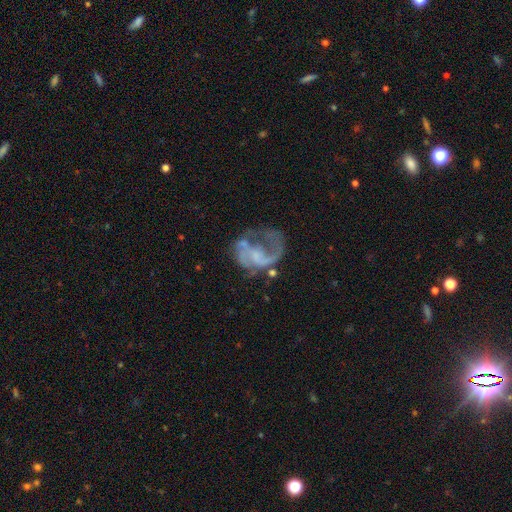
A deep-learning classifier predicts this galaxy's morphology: A featured or disk galaxy (78%) with no bar (63%), 1 (44%) loose (47%) spiral arms (77%) and no central bulge (45%). Merging: major disturbance (42%).